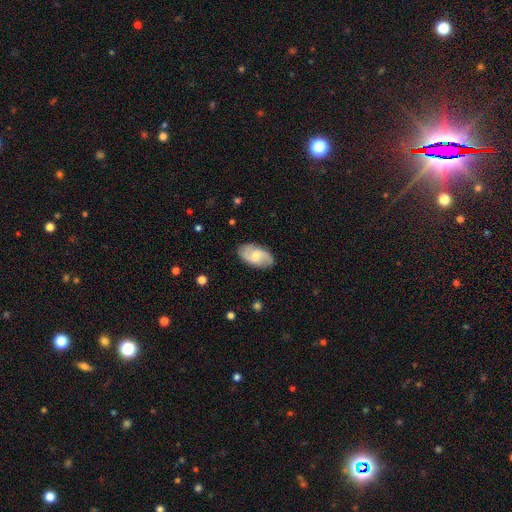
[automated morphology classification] This appears to be a featured or disk galaxy (47%). Merging: none (84%).